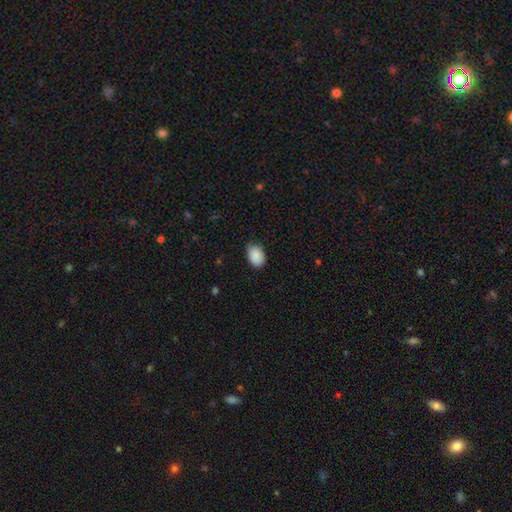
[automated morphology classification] Smooth or featured?
  - smooth: 89% *
  - star or artifact: 7%
  - featured or disk: 4%
How rounded?
  - in between: 80% *
  - round: 19%
  - cigar-shaped: 1%
Merging?
  - none: 75% *
  - minor disturbance: 21%
  - major disturbance: 3%
  - merger: 1%